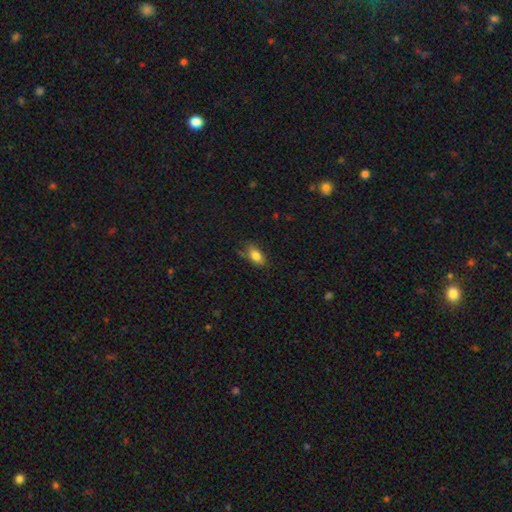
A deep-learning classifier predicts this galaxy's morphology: smooth 81%, featured or disk 10%, star or artifact 8%. Down the decision tree: how rounded — in between (86%); merging — none (67%).